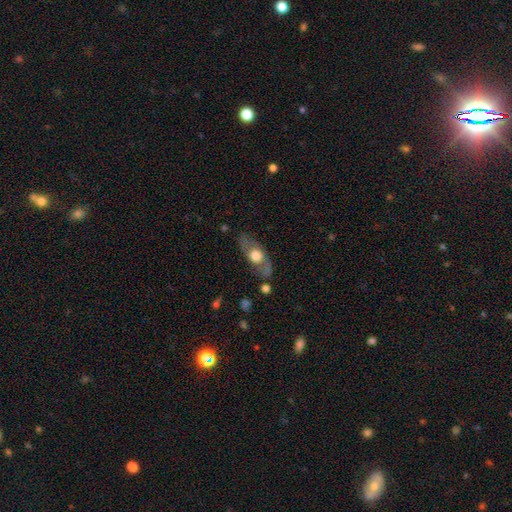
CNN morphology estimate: This is possibly a featured or disk galaxy (52%). It is possibly not viewed edge-on (57%). Merging: likely none (72%).